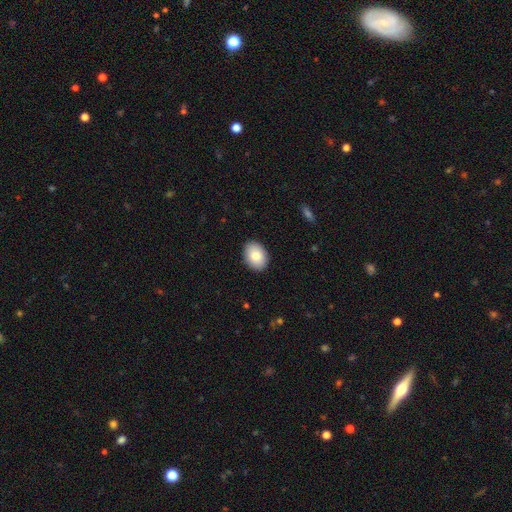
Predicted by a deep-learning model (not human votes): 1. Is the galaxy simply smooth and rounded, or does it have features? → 83% smooth, 10% featured or disk, 7% star or artifact.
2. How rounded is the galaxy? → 77% in between, 22% round, 1% cigar-shaped.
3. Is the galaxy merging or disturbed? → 90% none, 7% minor disturbance, 2% major disturbance, 1% merger.